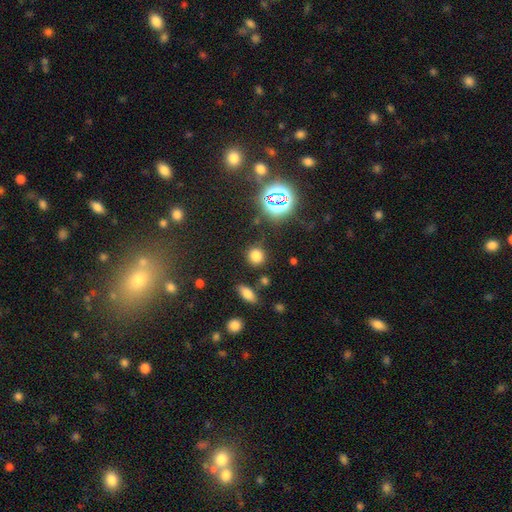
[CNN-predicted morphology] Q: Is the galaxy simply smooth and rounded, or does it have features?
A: smooth — 72%.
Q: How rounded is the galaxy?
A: round — 82%.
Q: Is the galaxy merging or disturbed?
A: none — 82%.